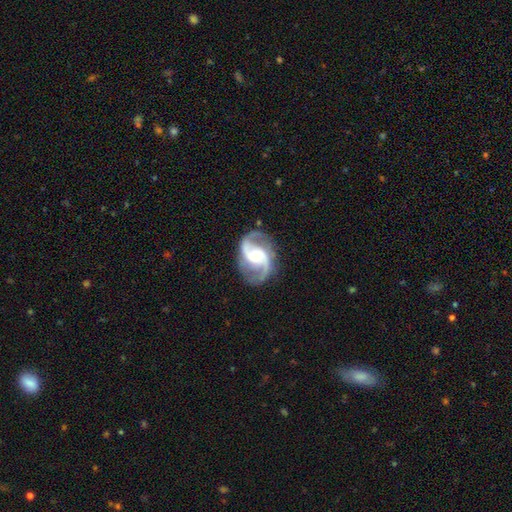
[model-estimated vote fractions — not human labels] Q: Smooth or featured?
A: featured or disk (92%); runner-up: star or artifact (4%)
Q: Edge-on disk?
A: no (98%); runner-up: yes (2%)
Q: Bar?
A: weak (44%); runner-up: no (36%)
Q: Spiral arms?
A: yes (98%); runner-up: no (2%)
Q: Spiral winding?
A: medium (54%); runner-up: loose (35%)
Q: Spiral arm count?
A: 2 (93%); runner-up: can't tell (2%)
Q: Bulge size?
A: moderate (50%); runner-up: small (40%)
Q: Merging?
A: none (81%); runner-up: minor disturbance (12%)